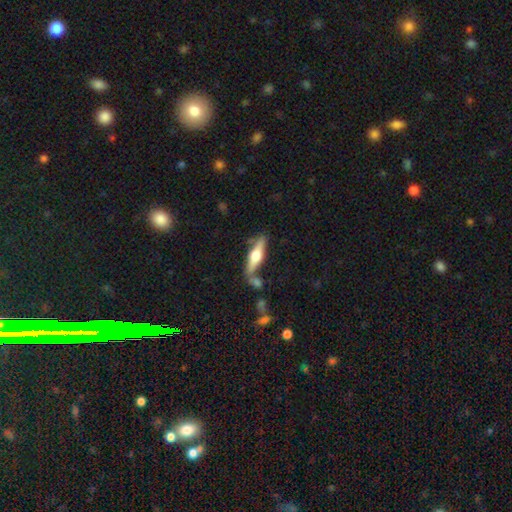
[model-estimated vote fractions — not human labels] This is possibly a featured or disk galaxy (59%). It is clearly viewed edge-on (94%). Edge-on bulge: clearly rounded (92%). Merging: likely none (74%).